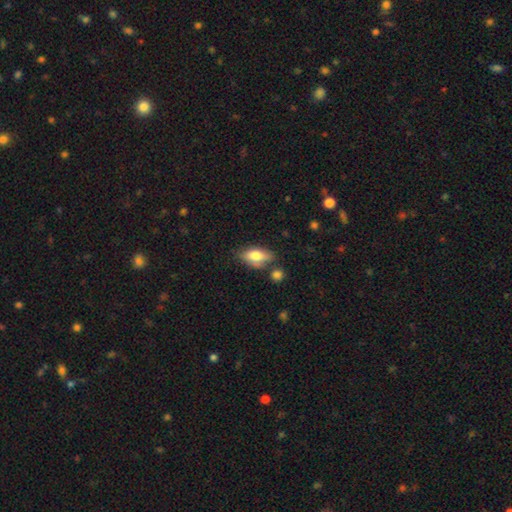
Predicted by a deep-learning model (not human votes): Smooth or featured? smooth (73%)
How rounded? in between (85%)
Merging? none (58%)